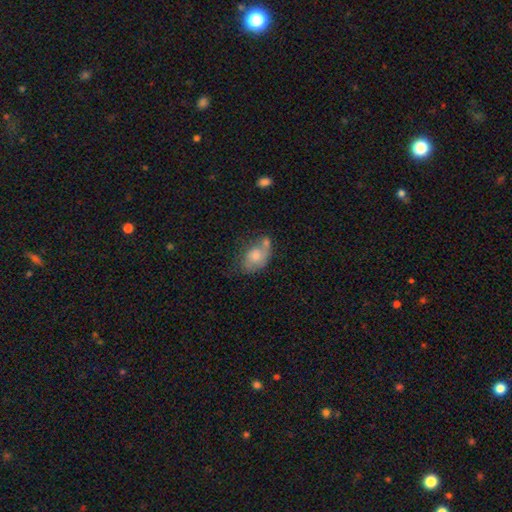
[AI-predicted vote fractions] The model was most divided on "merging": none: 38%, minor disturbance: 25%, merger: 23%, major disturbance: 13%. More confident: how rounded — in between (78%); smooth or featured — smooth (61%).